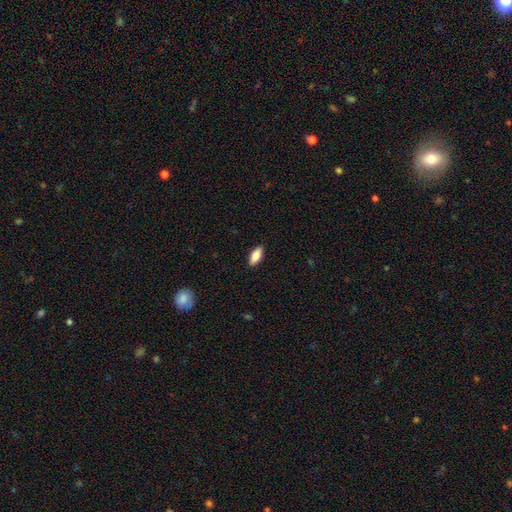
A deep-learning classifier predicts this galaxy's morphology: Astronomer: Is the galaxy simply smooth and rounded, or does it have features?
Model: smooth — 83%.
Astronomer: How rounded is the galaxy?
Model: in between — 82%.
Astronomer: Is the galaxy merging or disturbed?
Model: none — 89%.